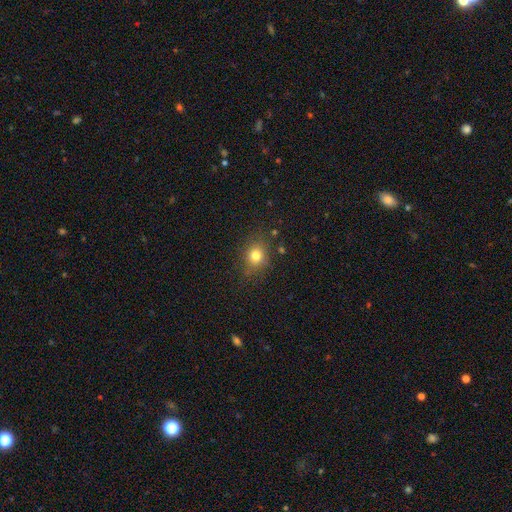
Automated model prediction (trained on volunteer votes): smooth_or_featured: smooth (p=0.77) [alt: star or artifact p=0.15]
how_rounded: round (p=0.66) [alt: in between p=0.33]
merging: none (p=0.81) [alt: minor disturbance p=0.13]